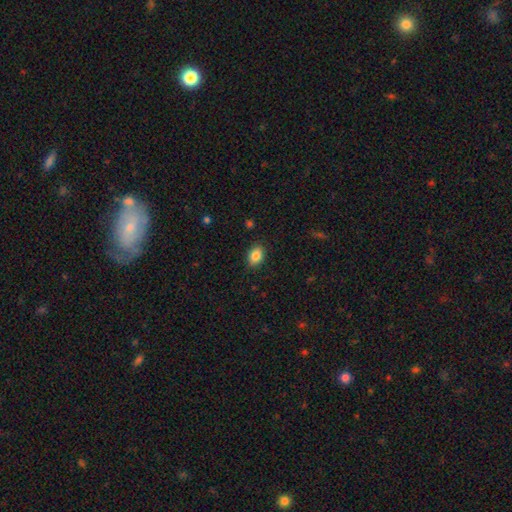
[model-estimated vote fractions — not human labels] This appears to be a smooth galaxy with no disk features (86%) that is in between round and cigar-shaped (80%). Merging: none (88%).